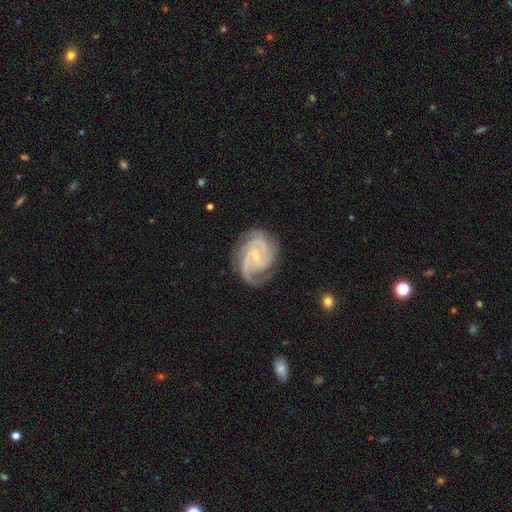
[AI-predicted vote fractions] Q: Smooth or featured?
A: featured or disk (92%); runner-up: star or artifact (4%)
Q: Edge-on disk?
A: no (98%); runner-up: yes (2%)
Q: Bar?
A: weak (44%); runner-up: no (40%)
Q: Spiral arms?
A: yes (99%); runner-up: no (1%)
Q: Spiral winding?
A: tight (59%); runner-up: medium (36%)
Q: Spiral arm count?
A: 3 (43%); runner-up: 2 (23%)
Q: Bulge size?
A: small (73%); runner-up: moderate (23%)
Q: Merging?
A: none (77%); runner-up: minor disturbance (16%)